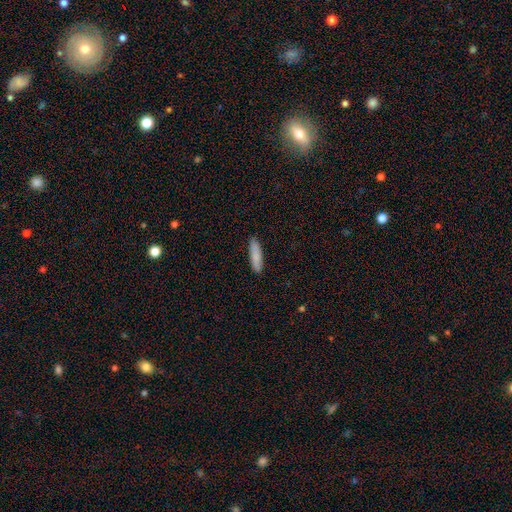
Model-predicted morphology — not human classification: smooth 86%, featured or disk 9%, star or artifact 5%. Down the decision tree: how rounded — cigar-shaped (74%); merging — none (89%).